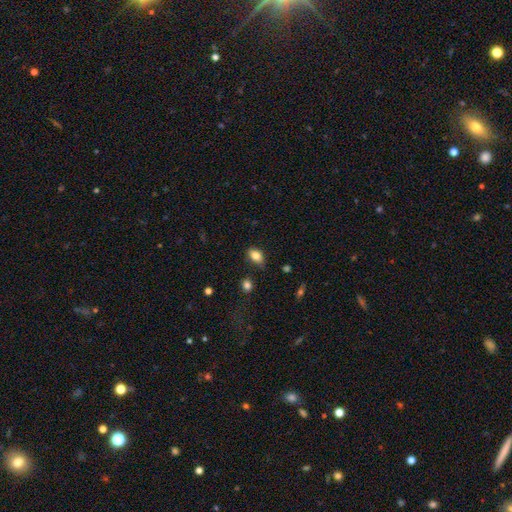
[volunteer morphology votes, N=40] smooth-or-featured: smooth: 85% | star or artifact: 10% | featured or disk: 5%
  how-rounded: in between: 74% | round: 26% | cigar-shaped: 0%
  merging: none: 81% | minor disturbance: 17% | merger: 3% | major disturbance: 0%